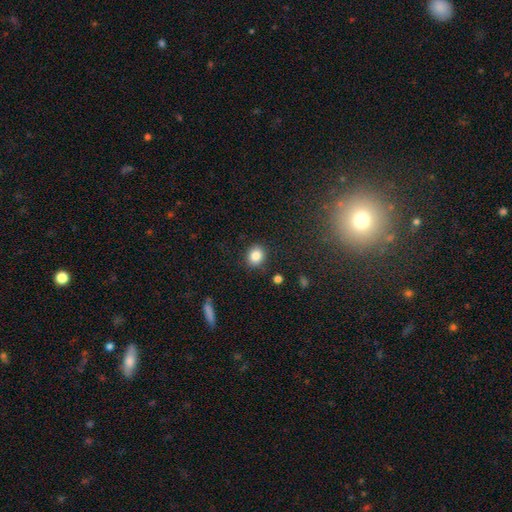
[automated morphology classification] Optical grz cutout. It shows a smooth galaxy with no disk features (85%) that is round (72%). Merging: none (86%).